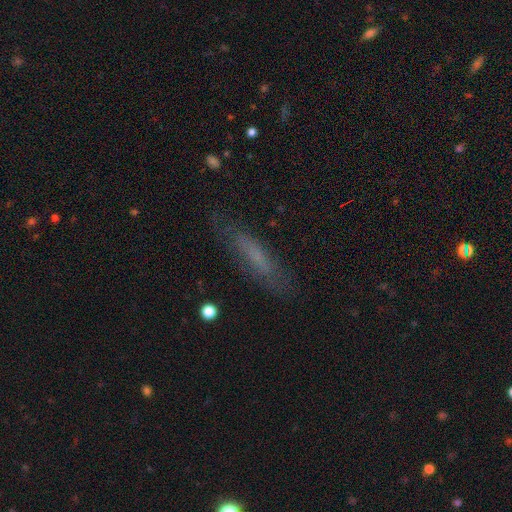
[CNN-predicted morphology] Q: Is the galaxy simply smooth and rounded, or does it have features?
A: smooth — 54%.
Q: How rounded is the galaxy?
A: cigar-shaped — 74%.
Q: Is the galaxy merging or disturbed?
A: none — 76%.